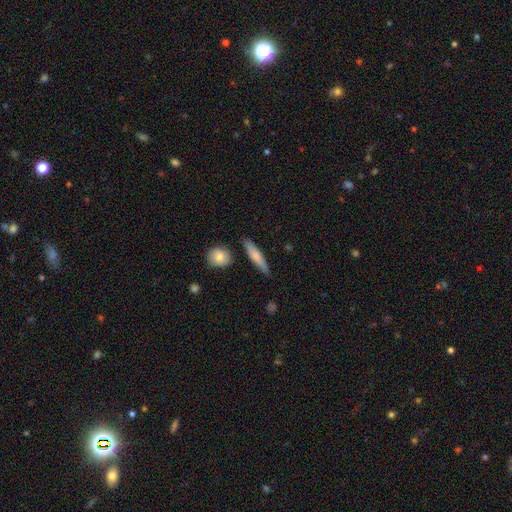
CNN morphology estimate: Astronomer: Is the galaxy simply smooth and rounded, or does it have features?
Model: smooth — 64%.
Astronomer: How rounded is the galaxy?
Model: cigar-shaped — 80%.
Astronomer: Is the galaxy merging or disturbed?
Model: none — 83%.